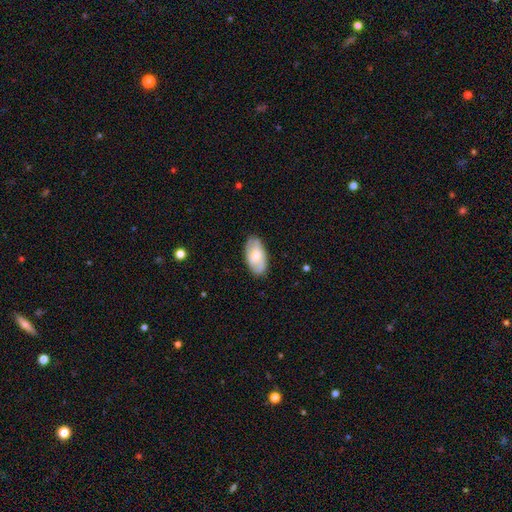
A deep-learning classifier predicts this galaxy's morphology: This appears to be a smooth galaxy with no disk features (48%). Merging: none (81%).